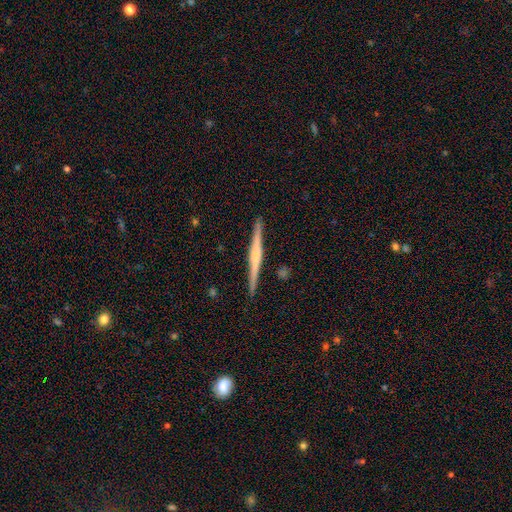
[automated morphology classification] This appears to be a featured or disk galaxy (73%) viewed edge-on (99%) with a rounded central bulge (57%). Merging: none (92%).